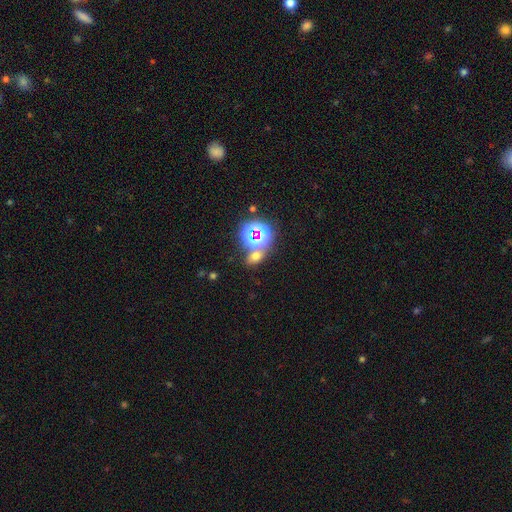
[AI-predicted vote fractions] smooth 50%, star or artifact 40%, featured or disk 10%. Down the decision tree: how rounded — in between (60%); merging — none (66%).